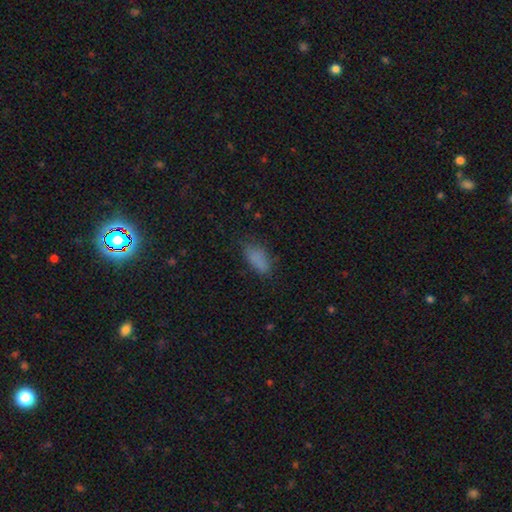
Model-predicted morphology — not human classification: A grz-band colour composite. It shows a smooth galaxy with no disk features (81%) that is in between round and cigar-shaped (87%). Merging: none (68%).